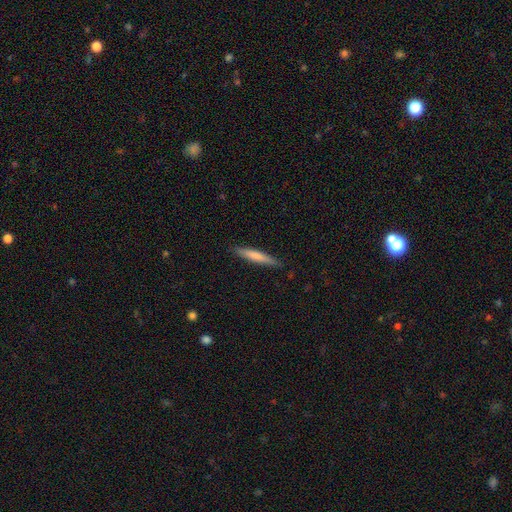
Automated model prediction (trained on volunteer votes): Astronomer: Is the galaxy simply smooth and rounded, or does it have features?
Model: smooth — 68%.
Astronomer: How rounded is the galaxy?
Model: cigar-shaped — 93%.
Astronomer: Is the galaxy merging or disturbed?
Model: none — 88%.